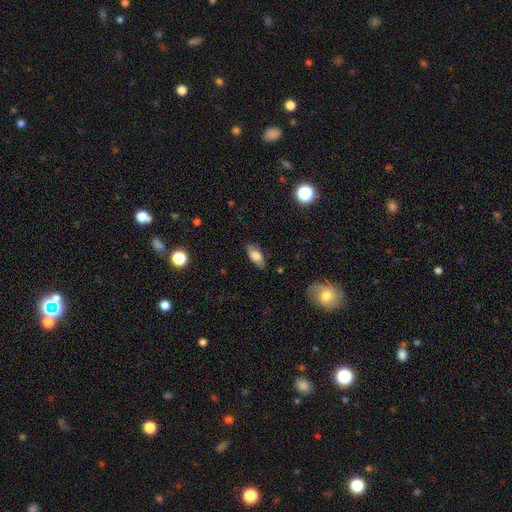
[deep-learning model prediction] A smooth galaxy with no disk features (73%) that is in between round and cigar-shaped (83%).

Vote fractions:
- Smooth or featured? smooth: 73% / featured or disk: 19% / star or artifact: 8%
- How rounded? in between: 83% / cigar-shaped: 13% / round: 4%
- Merging? none: 77% / minor disturbance: 18% / major disturbance: 4% / merger: 1%